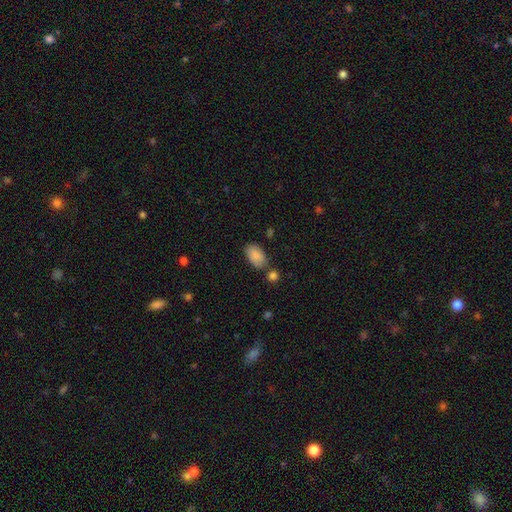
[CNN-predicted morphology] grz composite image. It shows a smooth galaxy with no disk features (85%) that is in between round and cigar-shaped (92%). Merging: none (70%).